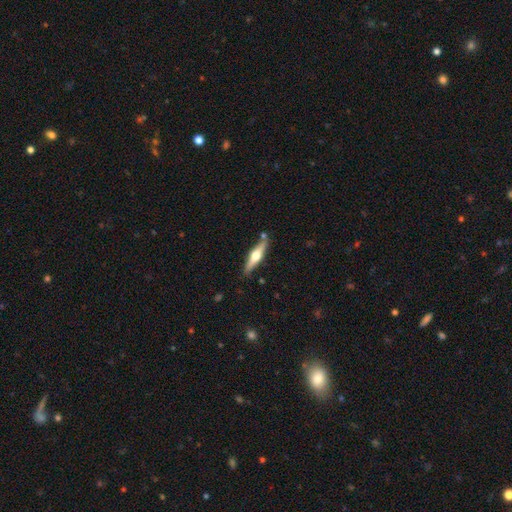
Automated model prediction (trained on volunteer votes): Smooth or featured?
  - featured or disk: 65% *
  - smooth: 29%
  - star or artifact: 5%
Edge-on disk?
  - yes: 96% *
  - no: 4%
Edge-on bulge?
  - rounded: 95% *
  - boxy: 3%
  - none: 2%
Merging?
  - none: 83% *
  - minor disturbance: 10%
  - merger: 4%
  - major disturbance: 2%